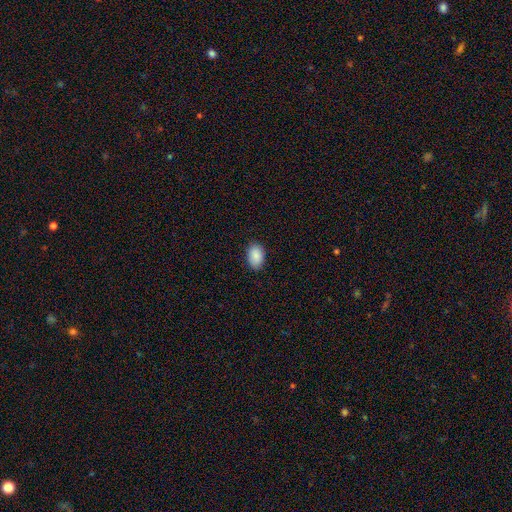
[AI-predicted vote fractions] Q: Smooth or featured?
A: smooth (90%); runner-up: star or artifact (7%)
Q: How rounded?
A: in between (89%); runner-up: round (10%)
Q: Merging?
A: none (86%); runner-up: minor disturbance (11%)